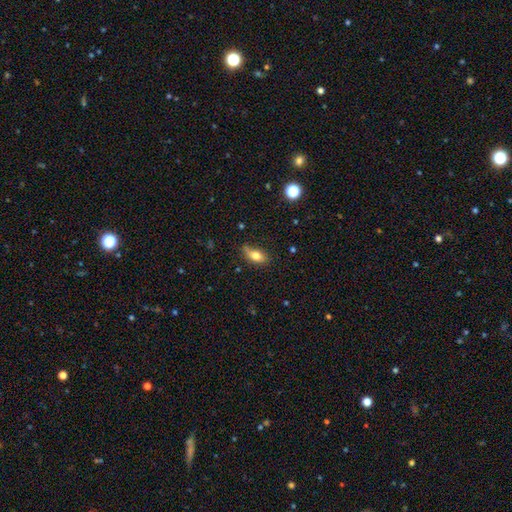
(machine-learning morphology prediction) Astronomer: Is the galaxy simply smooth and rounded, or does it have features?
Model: smooth — 75%.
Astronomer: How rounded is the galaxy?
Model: in between — 83%.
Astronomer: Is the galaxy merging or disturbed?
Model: none — 64%.